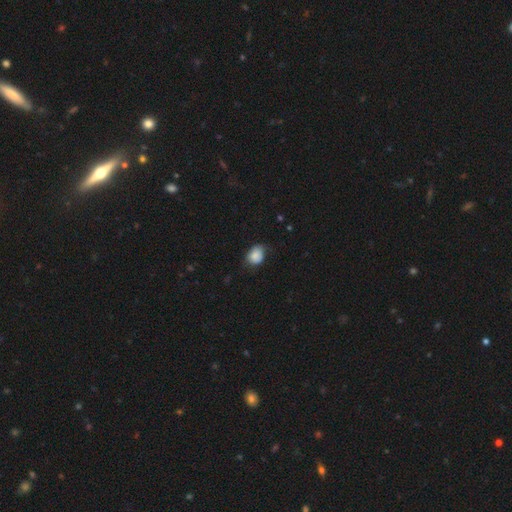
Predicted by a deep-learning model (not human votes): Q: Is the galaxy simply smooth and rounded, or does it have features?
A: smooth — 83%.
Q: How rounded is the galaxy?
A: in between — 53%.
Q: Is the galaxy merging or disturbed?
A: none — 57%.